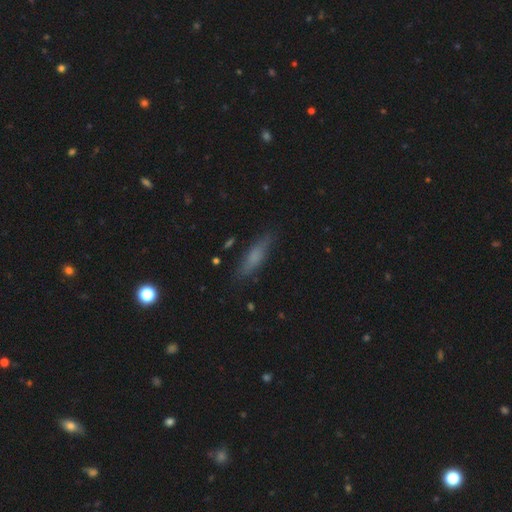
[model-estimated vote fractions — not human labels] The model was most divided on "how rounded": cigar-shaped: 67%, in between: 31%, round: 2%. More confident: merging — none (79%); smooth or featured — smooth (65%).